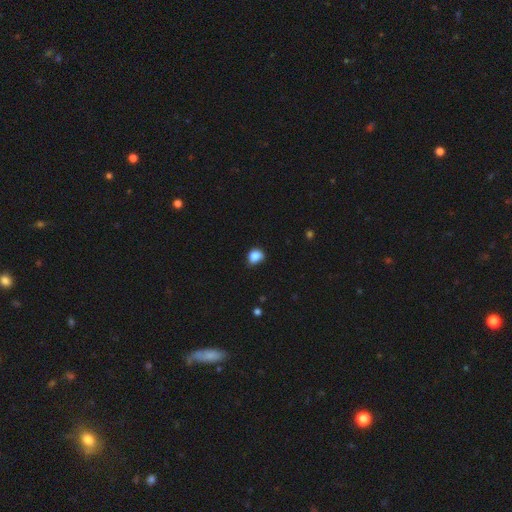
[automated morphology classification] Smooth or featured? Predicted: smooth (p=0.85). How rounded? Predicted: round (p=0.61). Merging? Predicted: none (p=0.64).